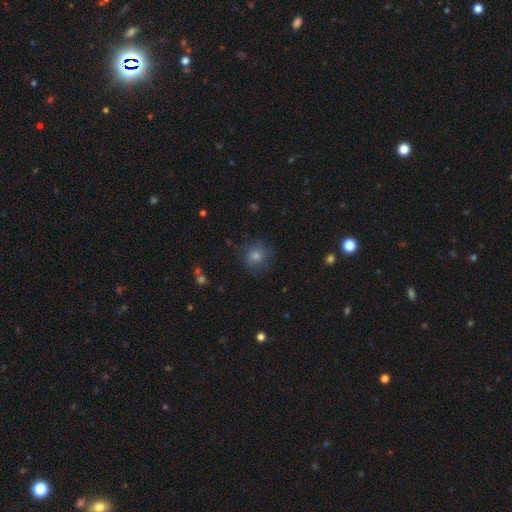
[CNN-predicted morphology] Q: Smooth or featured?
A: smooth (65%); runner-up: star or artifact (19%)
Q: How rounded?
A: round (88%); runner-up: in between (11%)
Q: Merging?
A: none (78%); runner-up: minor disturbance (15%)